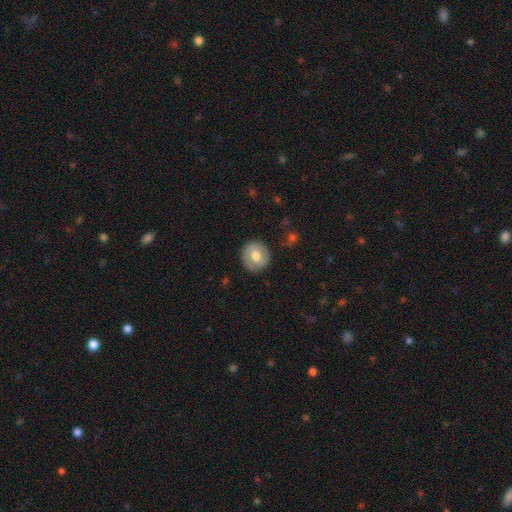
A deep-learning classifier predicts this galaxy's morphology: smooth-or-featured: smooth: 56% | featured or disk: 37% | star or artifact: 7%
  how-rounded: round: 88% | in between: 11% | cigar-shaped: 1%
  merging: none: 84% | minor disturbance: 11% | major disturbance: 3% | merger: 1%